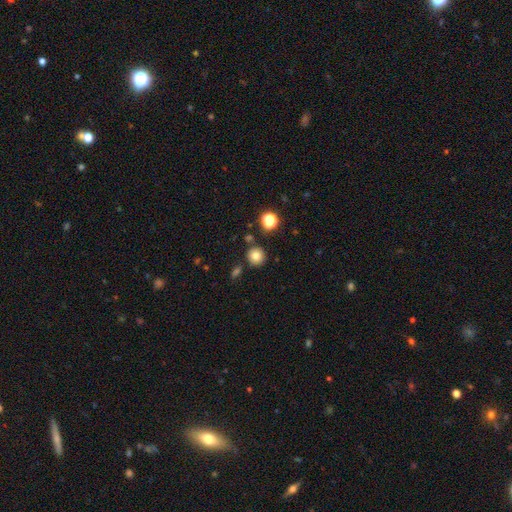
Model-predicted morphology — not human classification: The model was most divided on "smooth or featured": smooth: 79%, star or artifact: 13%, featured or disk: 7%. More confident: how rounded — round (93%); merging — none (85%).